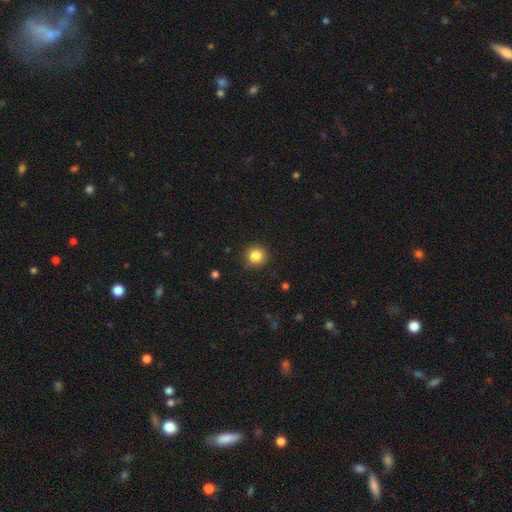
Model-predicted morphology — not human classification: Smooth or featured? smooth (85%)
How rounded? round (95%)
Merging? none (89%)